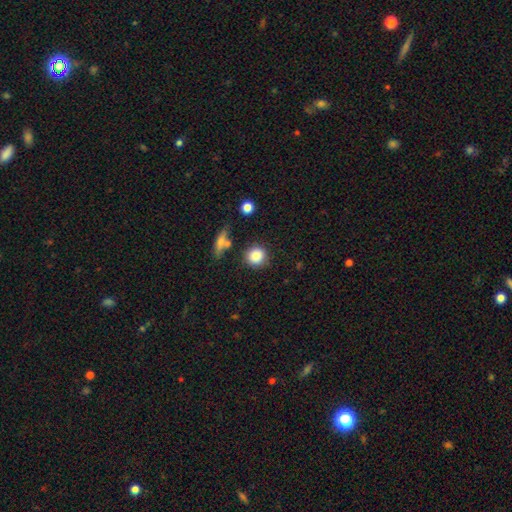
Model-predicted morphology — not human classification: Q: Smooth or featured?
A: smooth (85%); runner-up: star or artifact (9%)
Q: How rounded?
A: round (88%); runner-up: in between (11%)
Q: Merging?
A: none (80%); runner-up: minor disturbance (11%)